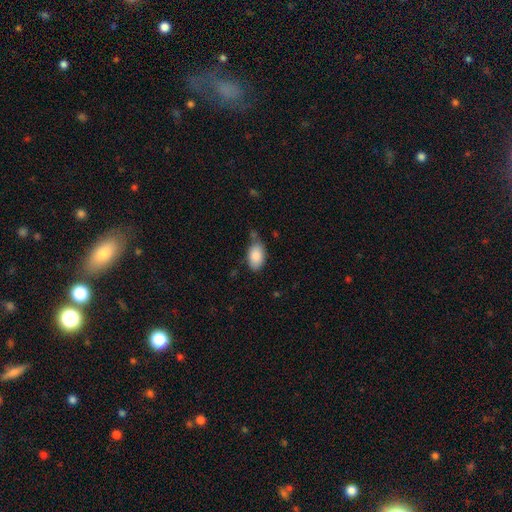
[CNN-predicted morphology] Smooth or featured? Predicted: smooth (p=0.88). How rounded? Predicted: in between (p=0.93). Merging? Predicted: none (p=0.62).